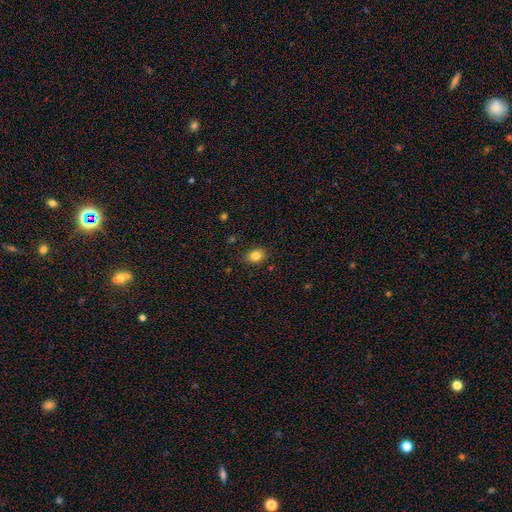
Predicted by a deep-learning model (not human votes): A smooth galaxy with no disk features (84%) that is in between round and cigar-shaped (61%). Merging: none (86%).